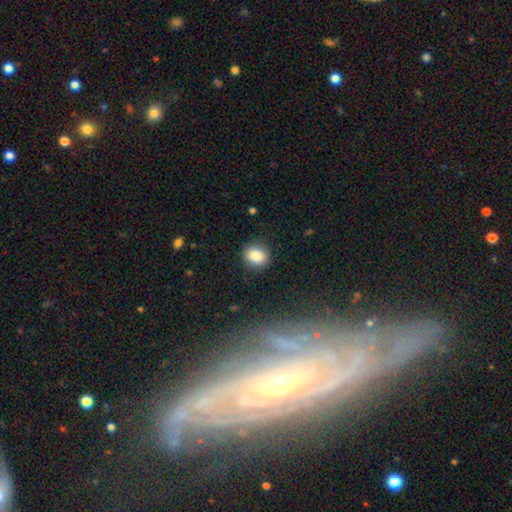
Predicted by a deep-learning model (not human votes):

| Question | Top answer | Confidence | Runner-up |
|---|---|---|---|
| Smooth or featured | smooth | 85% | star or artifact (9%) |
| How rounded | round | 66% | in between (33%) |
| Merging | none | 88% | minor disturbance (9%) |